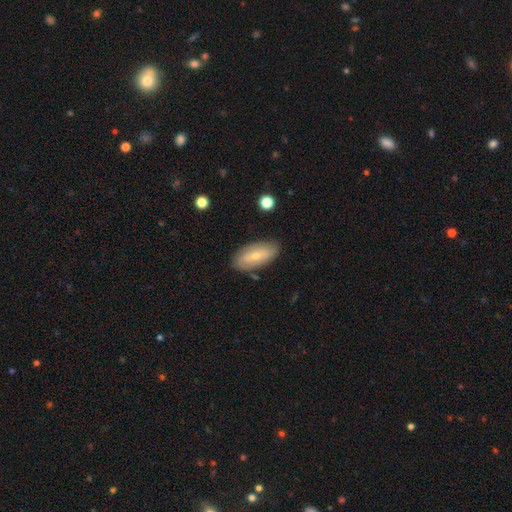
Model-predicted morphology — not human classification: type=smooth (53%); roundness=in between (87%); merging=none (82%).